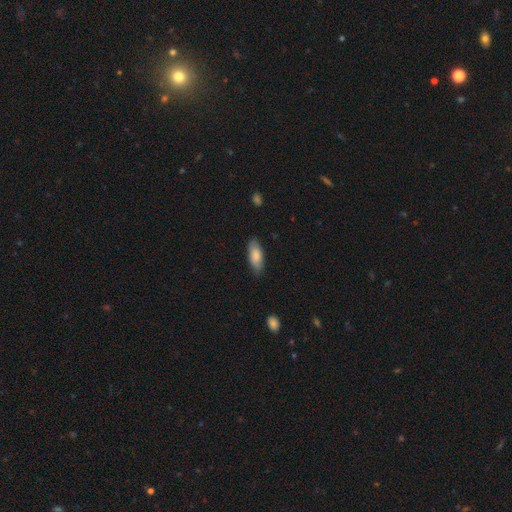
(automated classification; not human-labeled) Morphology: type=smooth (83%); roundness=in between (77%); merging=none (83%).